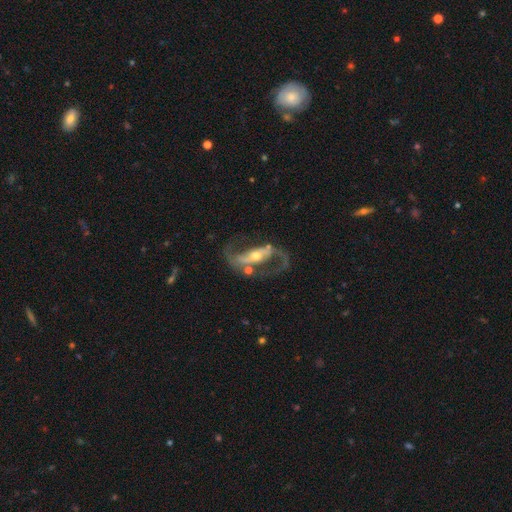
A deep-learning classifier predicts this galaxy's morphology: smooth_or_featured: featured or disk (p=0.91) [alt: star or artifact p=0.05]
disk_edge_on: no (p=0.95) [alt: yes p=0.05]
bar: strong (p=0.53) [alt: weak p=0.27]
has_spiral_arms: yes (p=0.96) [alt: no p=0.04]
spiral_winding: loose (p=0.48) [alt: medium p=0.43]
spiral_arm_count: 2 (p=0.93) [alt: 1 p=0.02]
bulge_size: moderate (p=0.55) [alt: small p=0.40]
merging: none (p=0.71) [alt: minor disturbance p=0.13]